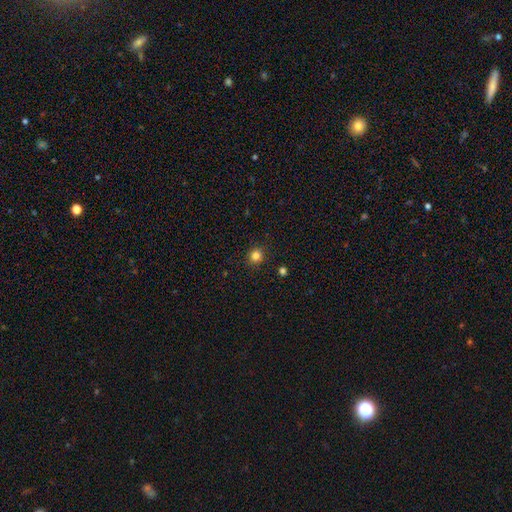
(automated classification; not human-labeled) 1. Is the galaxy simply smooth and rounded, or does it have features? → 82% smooth, 13% star or artifact, 5% featured or disk.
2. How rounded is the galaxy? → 91% round, 8% in between, 1% cigar-shaped.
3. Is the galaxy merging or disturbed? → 92% none, 5% minor disturbance, 2% major disturbance, 1% merger.